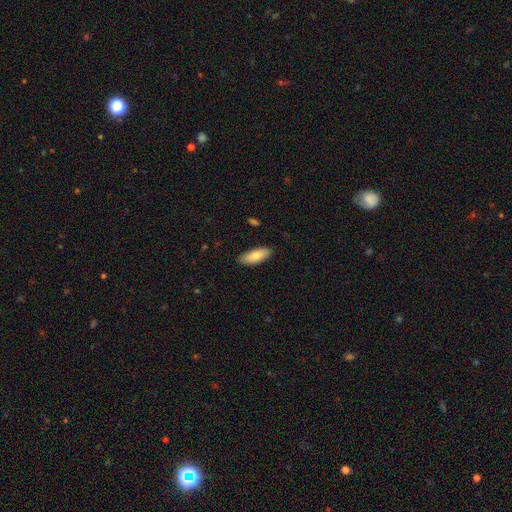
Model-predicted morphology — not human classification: The model was most divided on "how rounded": in between: 77%, cigar-shaped: 21%, round: 2%. More confident: merging — none (88%); smooth or featured — smooth (79%).